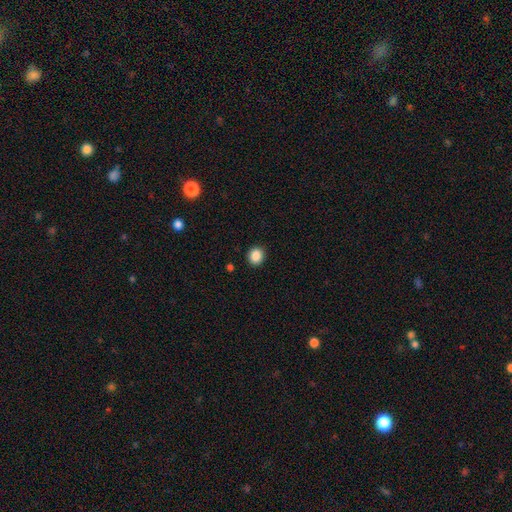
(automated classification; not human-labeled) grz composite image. It shows a smooth galaxy with no disk features (87%) that is round (73%). Merging: none (91%).